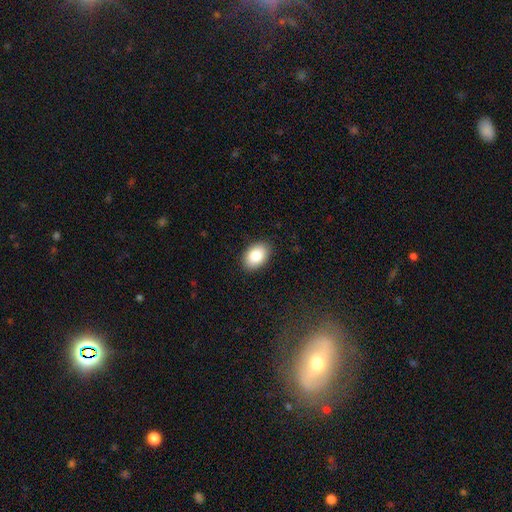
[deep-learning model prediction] This appears to be a smooth galaxy with no disk features (87%) that is in between round and cigar-shaped (85%). Merging: none (89%).